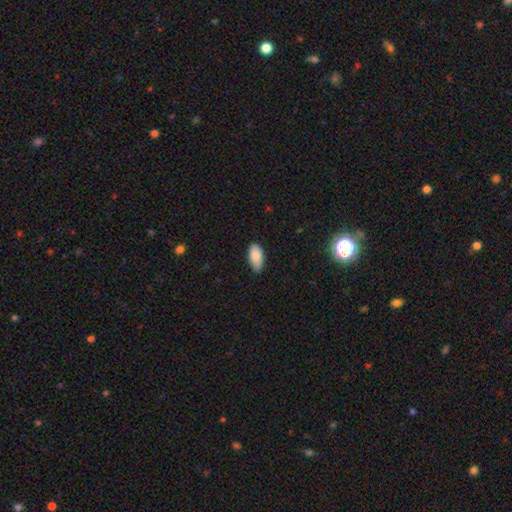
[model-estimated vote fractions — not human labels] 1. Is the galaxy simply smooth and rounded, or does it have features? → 86% smooth, 8% featured or disk, 7% star or artifact.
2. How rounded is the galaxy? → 93% in between, 4% cigar-shaped, 2% round.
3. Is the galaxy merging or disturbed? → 74% none, 22% minor disturbance, 3% major disturbance, 1% merger.